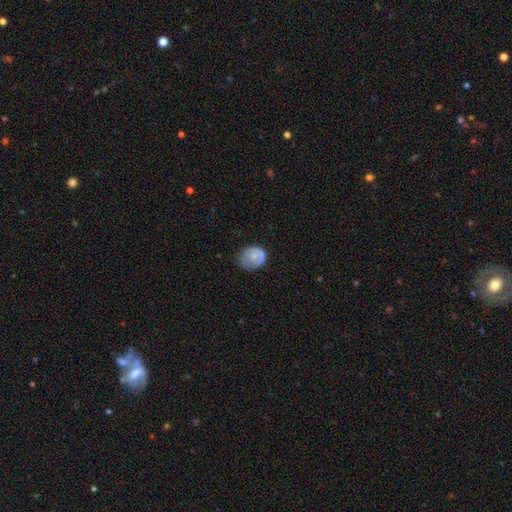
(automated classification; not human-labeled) A smooth galaxy with no disk features (73%) that is round (56%). Merging: none (47%).